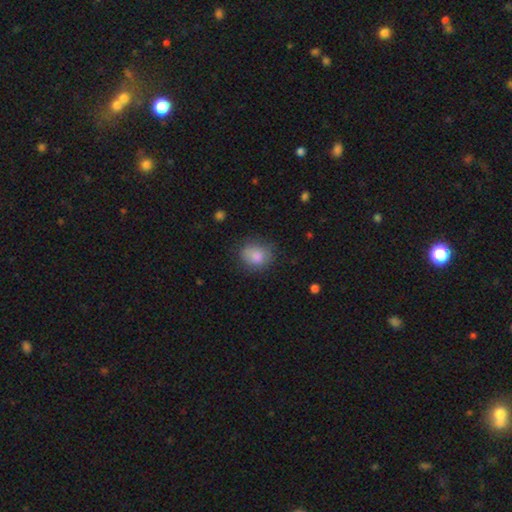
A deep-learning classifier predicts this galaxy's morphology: A smooth galaxy with no disk features (83%) that is round (64%). Merging: none (65%).